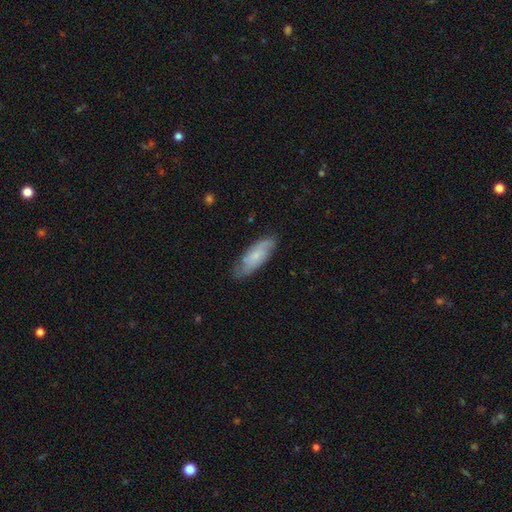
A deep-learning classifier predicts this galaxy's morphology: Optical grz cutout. It shows a featured or disk galaxy (47%). Merging: none (76%).